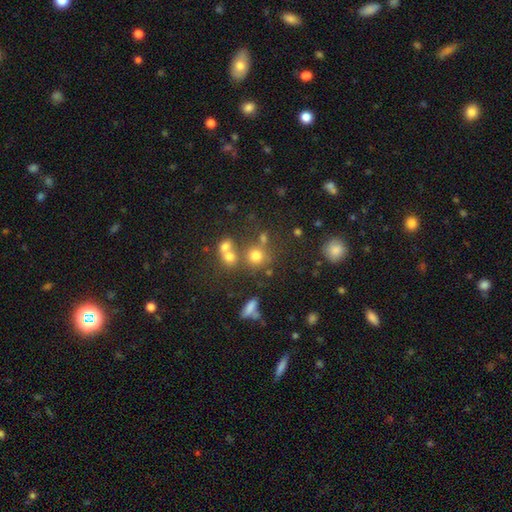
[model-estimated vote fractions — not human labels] A smooth galaxy with no disk features (70%) that is round (85%).

Vote fractions:
- Smooth or featured? smooth: 70% / star or artifact: 18% / featured or disk: 12%
- How rounded? round: 85% / in between: 13% / cigar-shaped: 1%
- Merging? none: 58% / merger: 25% / minor disturbance: 11% / major disturbance: 6%